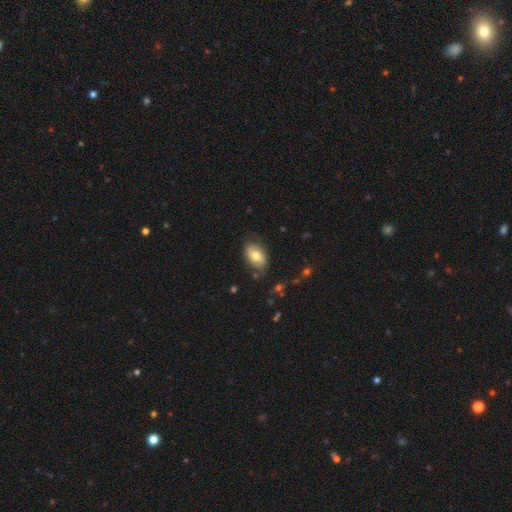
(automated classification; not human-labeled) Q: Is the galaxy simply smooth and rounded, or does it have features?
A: smooth — 66%.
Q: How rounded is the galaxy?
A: in between — 88%.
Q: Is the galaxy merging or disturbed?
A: none — 75%.